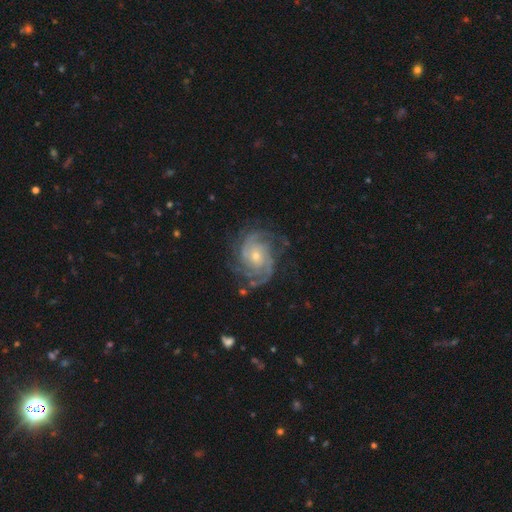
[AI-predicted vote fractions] smooth_or_featured: featured or disk (p=0.90) [alt: star or artifact p=0.05]
disk_edge_on: no (p=0.98) [alt: yes p=0.02]
bar: no (p=0.71) [alt: weak p=0.24]
has_spiral_arms: yes (p=0.98) [alt: no p=0.02]
spiral_winding: tight (p=0.58) [alt: medium p=0.34]
spiral_arm_count: 3 (p=0.26) [alt: 2 p=0.24]
bulge_size: small (p=0.65) [alt: moderate p=0.32]
merging: none (p=0.72) [alt: minor disturbance p=0.17]